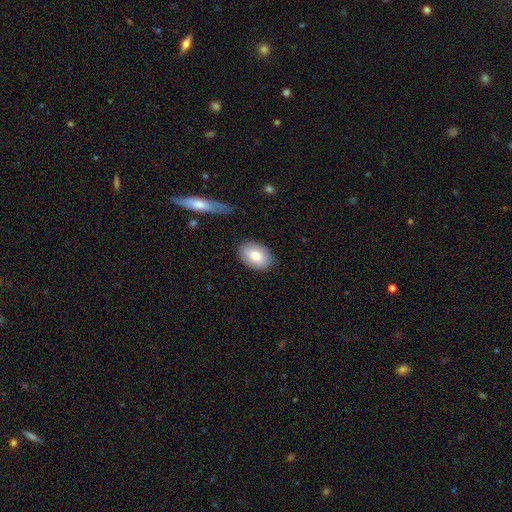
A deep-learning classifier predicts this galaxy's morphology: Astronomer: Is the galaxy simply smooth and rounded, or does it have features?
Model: smooth — 80%.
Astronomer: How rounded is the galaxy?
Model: in between — 88%.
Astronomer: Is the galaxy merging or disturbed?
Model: none — 83%.